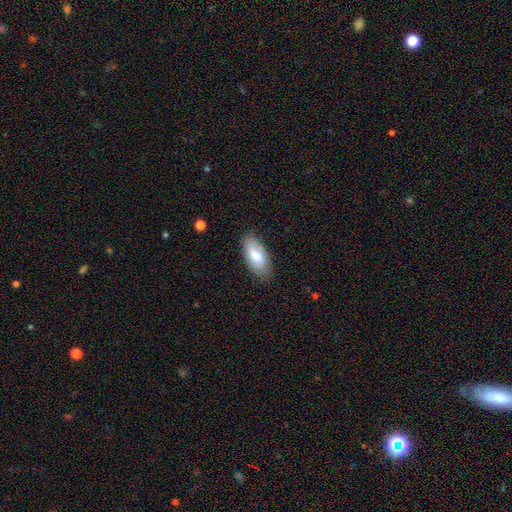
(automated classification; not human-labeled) Smooth or featured? smooth (76%)
How rounded? in between (89%)
Merging? none (81%)